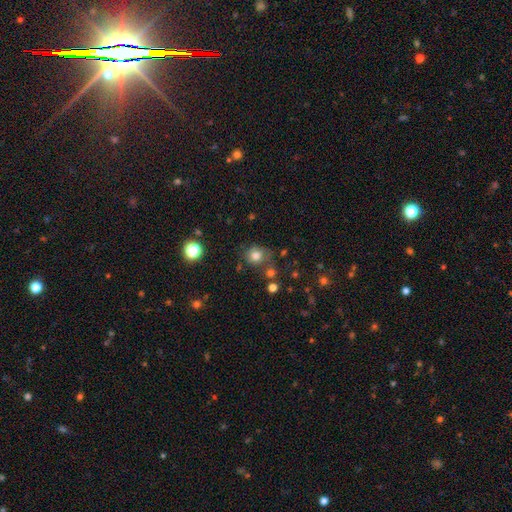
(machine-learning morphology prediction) smooth 77%, star or artifact 14%, featured or disk 9%. Down the decision tree: how rounded — round (76%); merging — none (62%).